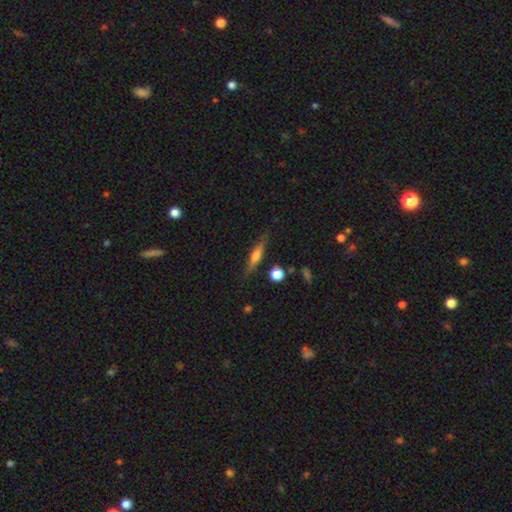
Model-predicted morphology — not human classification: A featured or disk galaxy (49%). Merging: none (82%).